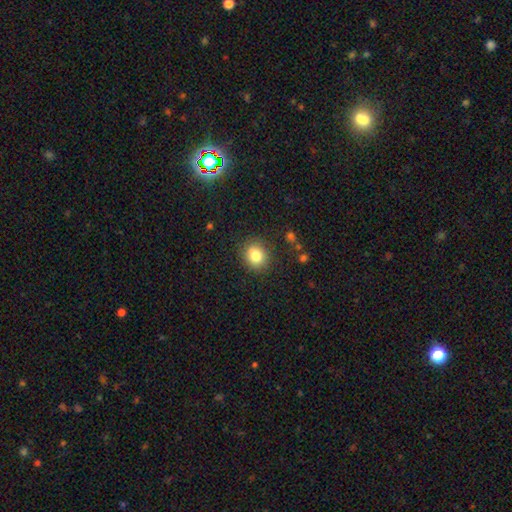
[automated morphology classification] Overall: smooth (82%). How rounded: round (74%). Merging: none (86%).